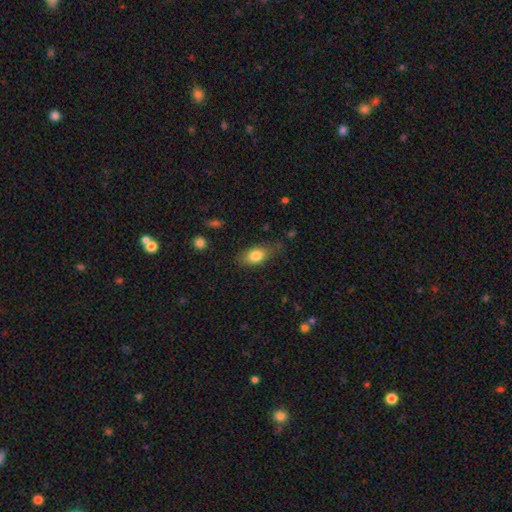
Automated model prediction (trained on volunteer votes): Smooth or featured? Predicted: smooth (p=0.81). How rounded? Predicted: in between (p=0.85). Merging? Predicted: none (p=0.72).